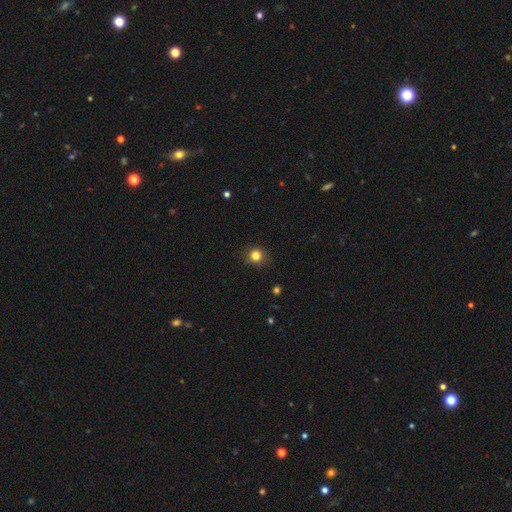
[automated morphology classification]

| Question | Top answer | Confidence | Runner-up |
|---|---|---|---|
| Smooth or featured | smooth | 83% | star or artifact (13%) |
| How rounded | round | 89% | in between (10%) |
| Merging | none | 87% | minor disturbance (9%) |